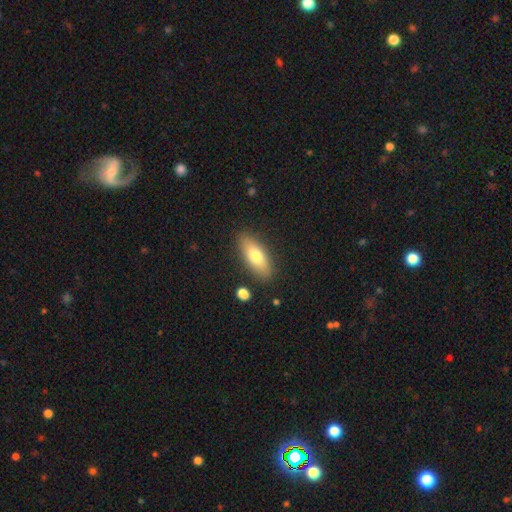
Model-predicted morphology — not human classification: smooth 72%, featured or disk 22%, star or artifact 7%. Down the decision tree: how rounded — in between (75%); merging — none (85%).